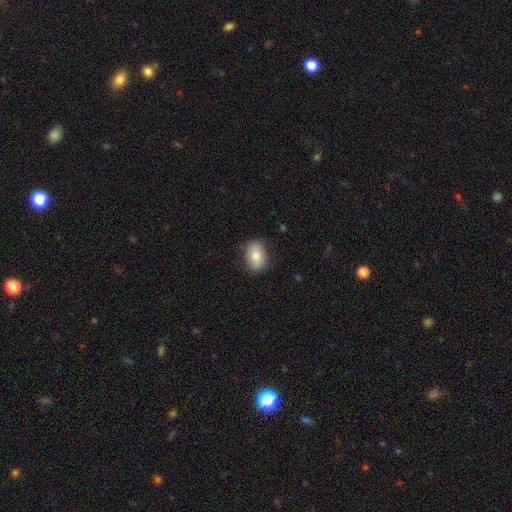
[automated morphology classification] Smooth or featured? Predicted: smooth (p=0.80). How rounded? Predicted: in between (p=0.78). Merging? Predicted: none (p=0.79).